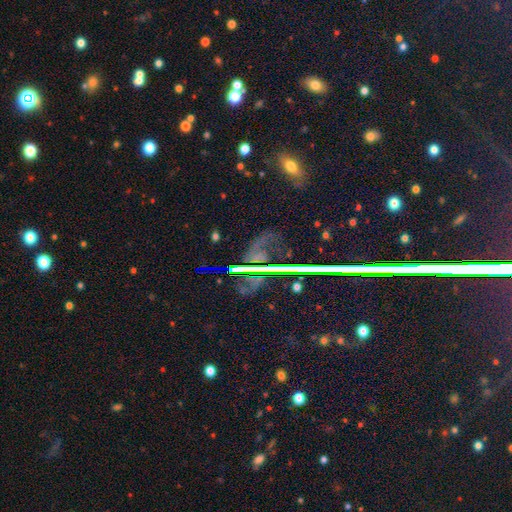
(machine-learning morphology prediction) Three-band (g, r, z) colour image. It shows a star or artifact, not a galaxy (68%).